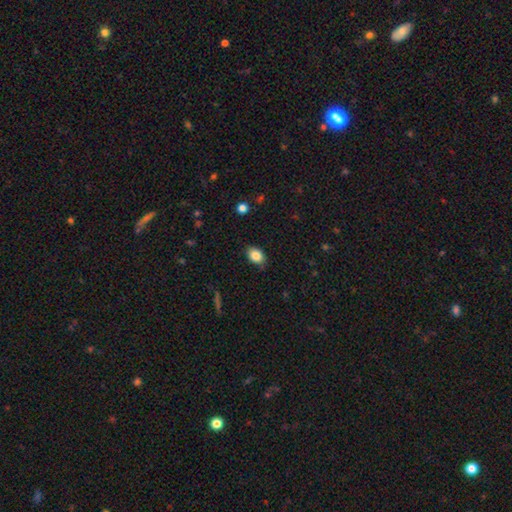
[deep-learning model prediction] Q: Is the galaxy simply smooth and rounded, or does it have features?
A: smooth — 85%.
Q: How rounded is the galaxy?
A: in between — 80%.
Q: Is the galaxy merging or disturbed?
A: none — 83%.